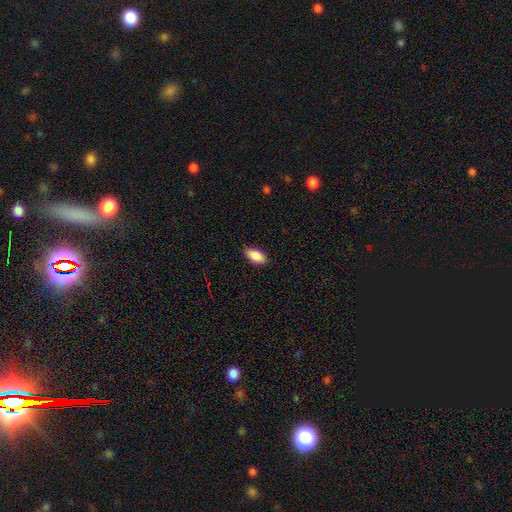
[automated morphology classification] smooth_or_featured: smooth (p=0.89) [alt: star or artifact p=0.07]
how_rounded: in between (p=0.93) [alt: round p=0.04]
merging: none (p=0.84) [alt: minor disturbance p=0.12]